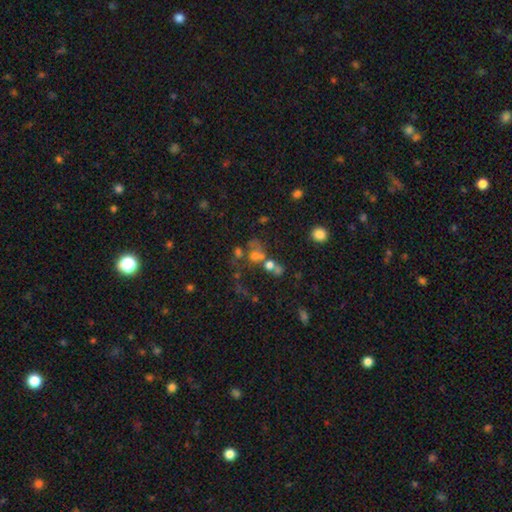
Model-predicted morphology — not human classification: Smooth or featured? smooth (50%)
How rounded? round (66%)
Merging? merger (45%)